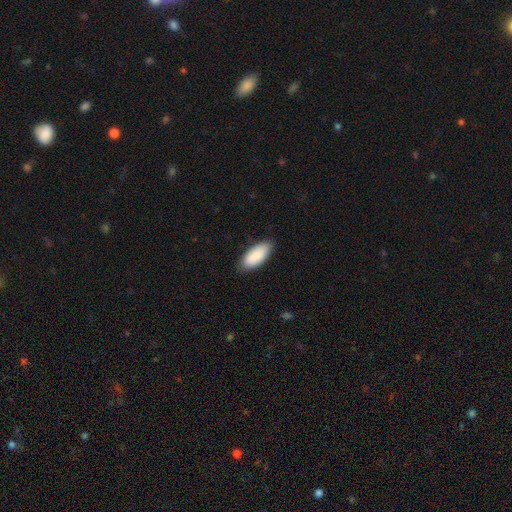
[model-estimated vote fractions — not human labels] A smooth galaxy with no disk features (89%) that is in between round and cigar-shaped (87%). Merging: none (84%).